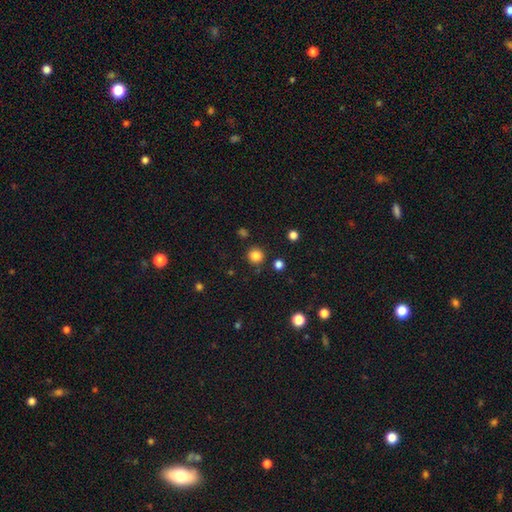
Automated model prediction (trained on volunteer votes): Smooth or featured? Predicted: smooth (p=0.84). How rounded? Predicted: round (p=0.94). Merging? Predicted: none (p=0.88).